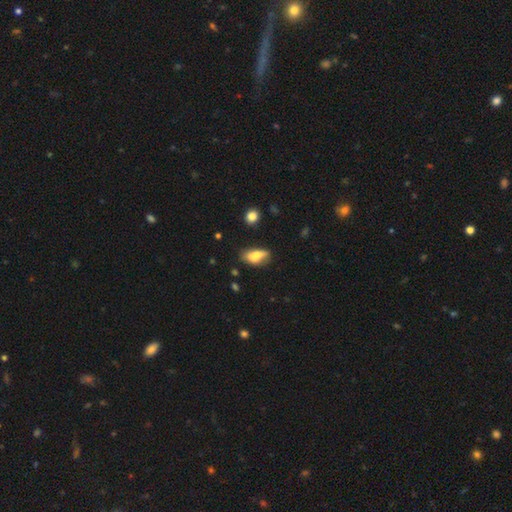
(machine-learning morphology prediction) This is likely a smooth galaxy (68%). How rounded: likely in between (80%). Merging: possibly none (48%).